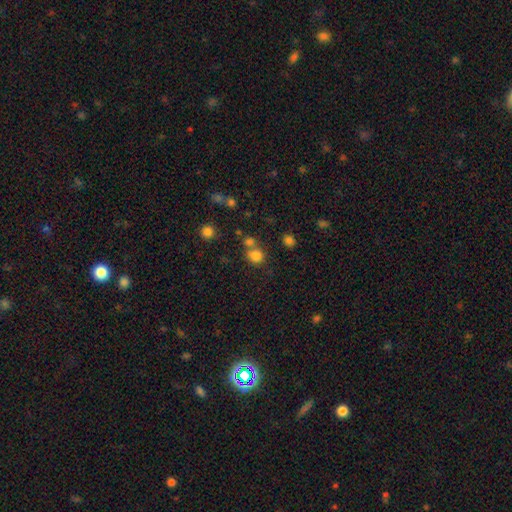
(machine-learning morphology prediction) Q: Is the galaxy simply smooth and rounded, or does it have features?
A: smooth — 80%.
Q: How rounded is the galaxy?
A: round — 80%.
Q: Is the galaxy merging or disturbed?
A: none — 56%.